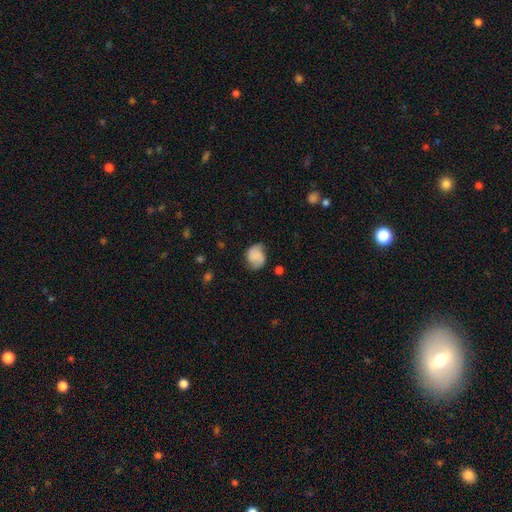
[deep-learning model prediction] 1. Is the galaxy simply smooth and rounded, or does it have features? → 57% smooth, 34% featured or disk, 9% star or artifact.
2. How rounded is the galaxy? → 59% round, 40% in between, 1% cigar-shaped.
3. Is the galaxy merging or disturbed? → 65% none, 26% minor disturbance, 8% major disturbance, 2% merger.